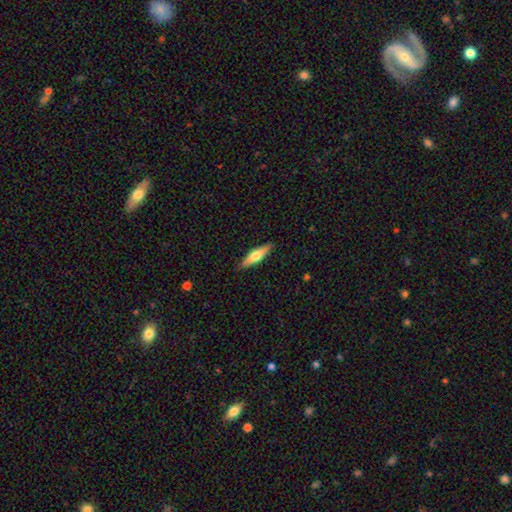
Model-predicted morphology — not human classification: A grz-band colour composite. It shows a smooth galaxy with no disk features (50%). Merging: none (89%).